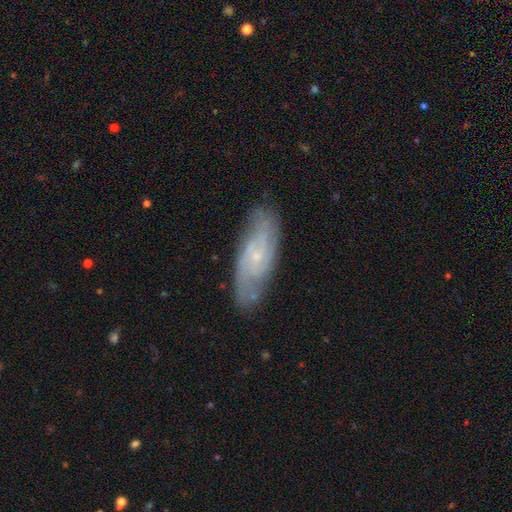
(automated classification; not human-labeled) featured or disk 75%, smooth 18%, star or artifact 7%. Down the decision tree: edge-on disk — no (88%); bar — no (64%); spiral arms — yes (91%); spiral arm count — 2 (45%); spiral winding — tight (43%); bulge size — small (81%); merging — none (78%).